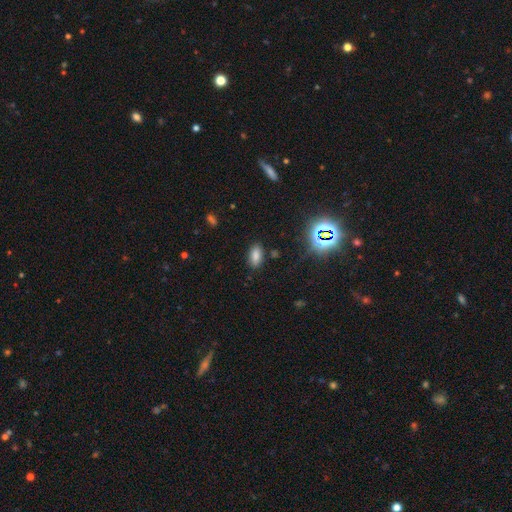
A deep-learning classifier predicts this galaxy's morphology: smooth_or_featured: smooth (p=0.76) [alt: star or artifact p=0.18]
how_rounded: in between (p=0.90) [alt: cigar-shaped p=0.06]
merging: none (p=0.85) [alt: minor disturbance p=0.10]